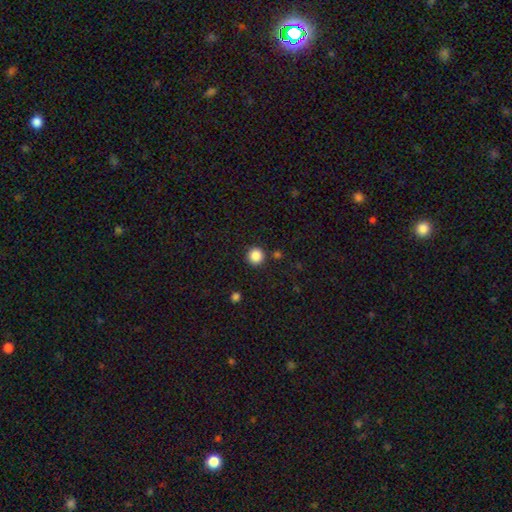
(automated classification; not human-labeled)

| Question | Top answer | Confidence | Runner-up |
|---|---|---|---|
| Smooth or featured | smooth | 87% | star or artifact (10%) |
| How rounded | round | 95% | in between (4%) |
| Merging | none | 91% | minor disturbance (5%) |